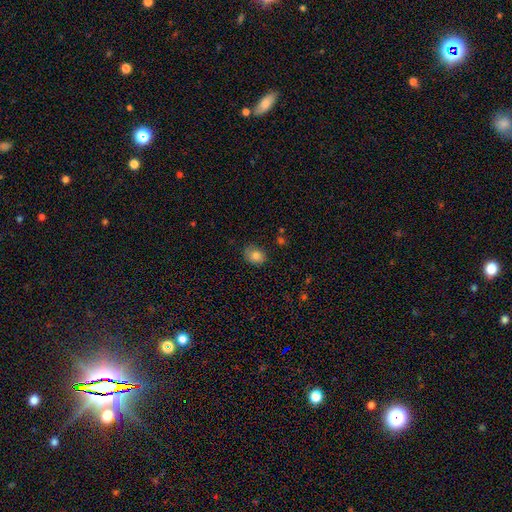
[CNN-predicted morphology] A smooth galaxy with no disk features (82%) that is in between round and cigar-shaped (51%). Merging: none (72%).